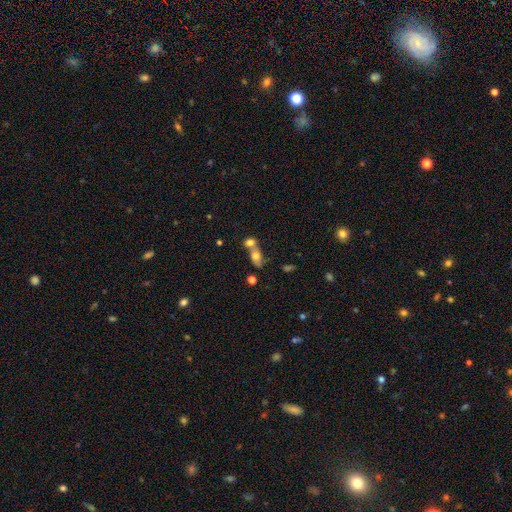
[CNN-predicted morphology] Smooth or featured? smooth (69%)
How rounded? in between (71%)
Merging? merger (62%)